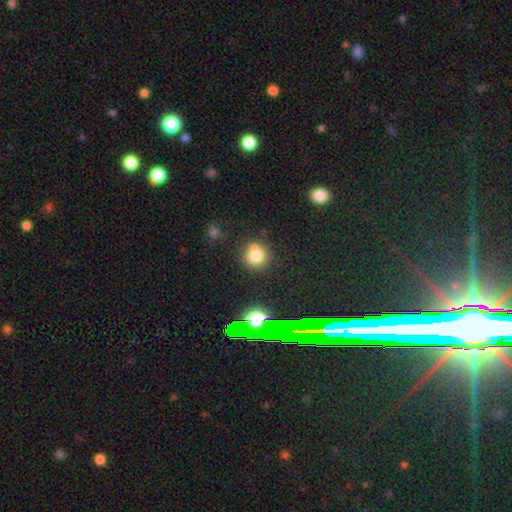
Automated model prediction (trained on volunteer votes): smooth-or-featured: smooth: 74% | star or artifact: 17% | featured or disk: 9%
  how-rounded: round: 88% | in between: 10% | cigar-shaped: 1%
  merging: none: 66% | merger: 18% | minor disturbance: 12% | major disturbance: 4%